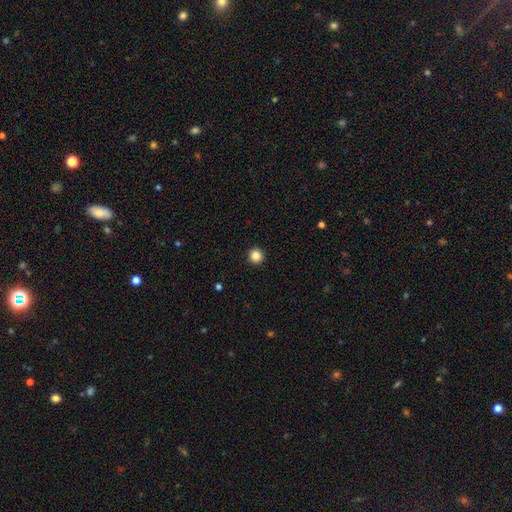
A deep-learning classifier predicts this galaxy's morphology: smooth 86%, star or artifact 10%, featured or disk 4%. Down the decision tree: how rounded — round (95%); merging — none (94%).